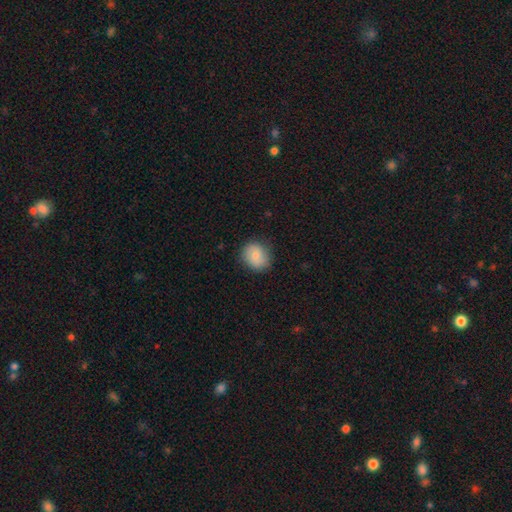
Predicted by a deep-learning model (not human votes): smooth 74%, featured or disk 19%, star or artifact 7%. Down the decision tree: how rounded — round (76%); merging — none (83%).